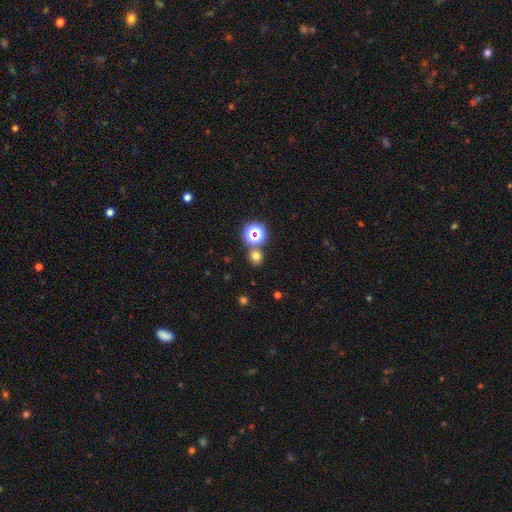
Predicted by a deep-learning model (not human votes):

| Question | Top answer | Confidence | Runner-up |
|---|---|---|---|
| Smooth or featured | smooth | 67% | star or artifact (27%) |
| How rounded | round | 87% | in between (12%) |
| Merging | none | 77% | merger (13%) |